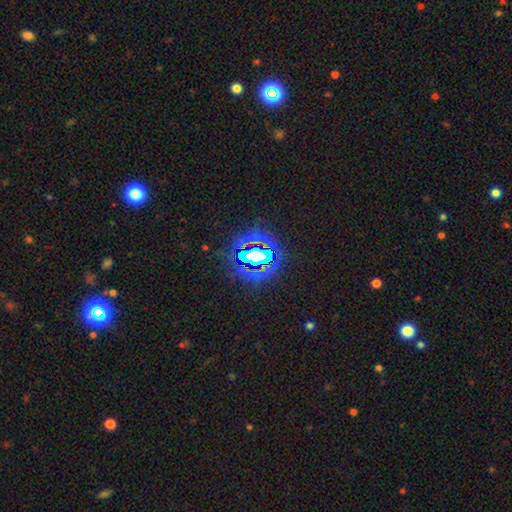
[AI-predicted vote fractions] smooth_or_featured: star or artifact (p=0.71) [alt: smooth p=0.16]